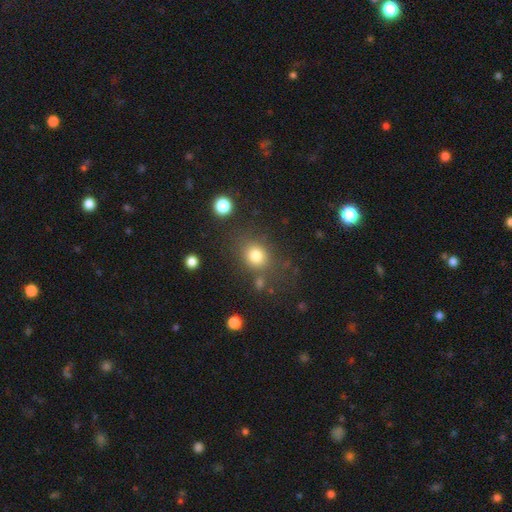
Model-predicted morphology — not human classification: smooth 80%, star or artifact 13%, featured or disk 7%. Down the decision tree: how rounded — round (72%); merging — none (72%).